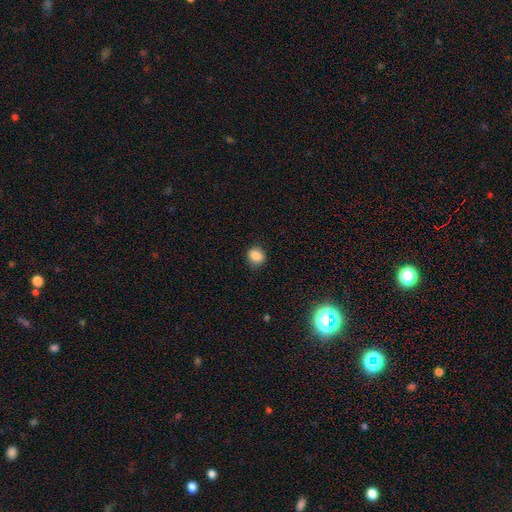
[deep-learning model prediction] A smooth galaxy with no disk features (85%) that is round (64%).

Vote fractions:
- Smooth or featured? smooth: 85% / star or artifact: 10% / featured or disk: 5%
- How rounded? round: 64% / in between: 35% / cigar-shaped: 1%
- Merging? none: 84% / minor disturbance: 12% / major disturbance: 3% / merger: 1%